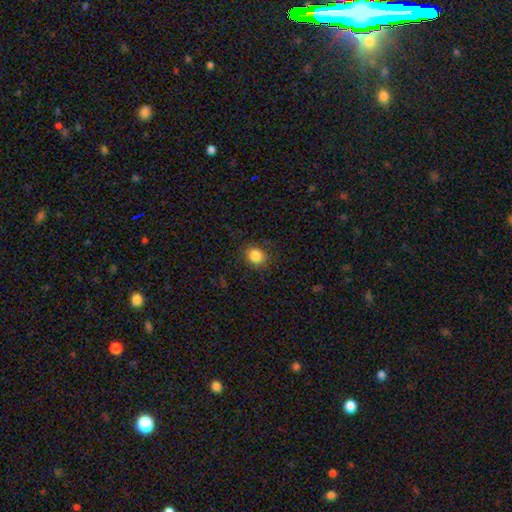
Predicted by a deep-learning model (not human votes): Smooth or featured? smooth (84%)
How rounded? round (76%)
Merging? none (85%)